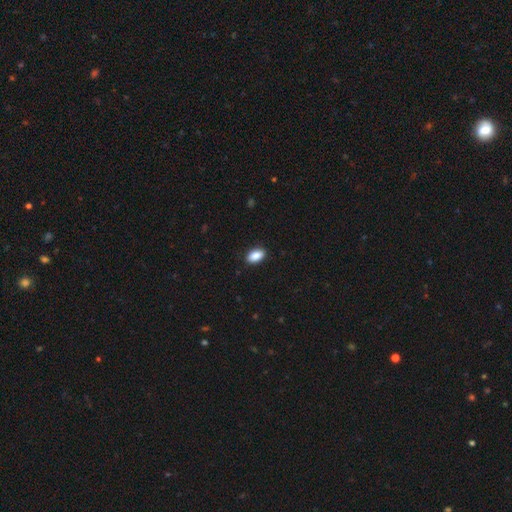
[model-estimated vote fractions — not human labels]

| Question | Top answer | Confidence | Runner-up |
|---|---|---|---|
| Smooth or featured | smooth | 89% | star or artifact (7%) |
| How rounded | in between | 93% | round (5%) |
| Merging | none | 89% | minor disturbance (8%) |